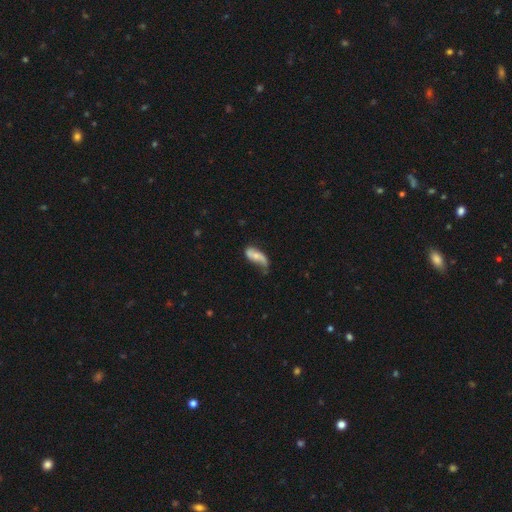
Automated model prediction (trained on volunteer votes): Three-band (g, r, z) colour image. It shows a featured or disk galaxy (49%). Merging: none (39%).